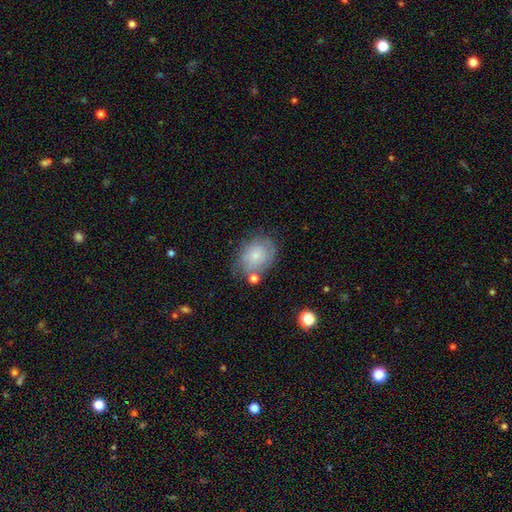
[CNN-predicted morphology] The model was most divided on "how rounded": in between: 64%, round: 35%, cigar-shaped: 1%. More confident: smooth or featured — smooth (61%); merging — none (57%).